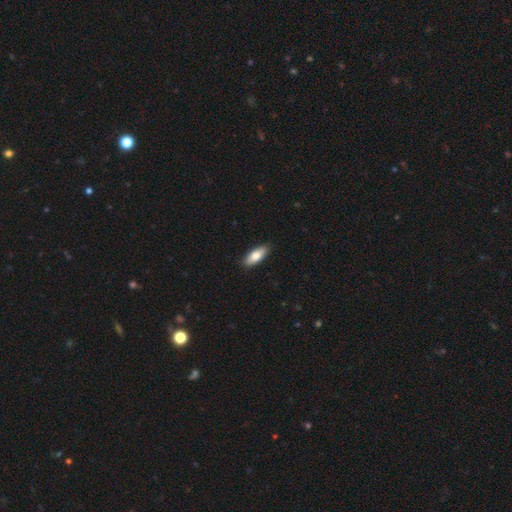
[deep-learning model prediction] The model was most divided on "how rounded": in between: 77%, cigar-shaped: 21%, round: 2%. More confident: merging — none (89%); smooth or featured — smooth (77%).